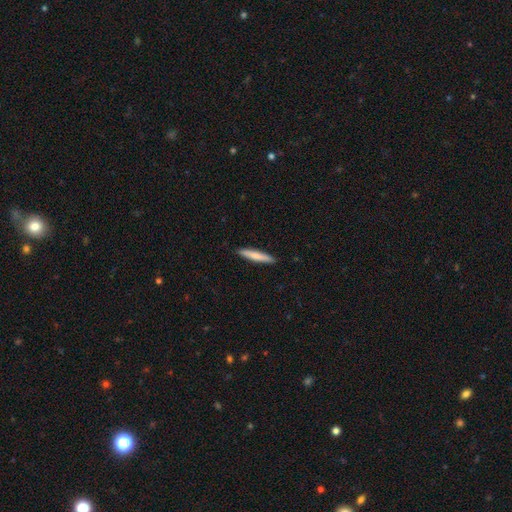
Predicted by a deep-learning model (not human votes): Morphology: type=smooth (74%); roundness=cigar-shaped (93%); merging=none (91%).